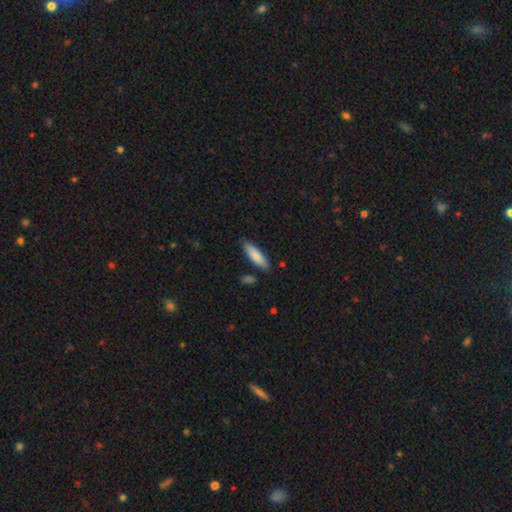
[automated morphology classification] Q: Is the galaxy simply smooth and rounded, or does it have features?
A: smooth — 83%.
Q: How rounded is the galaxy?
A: cigar-shaped — 66%.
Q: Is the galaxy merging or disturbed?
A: none — 85%.